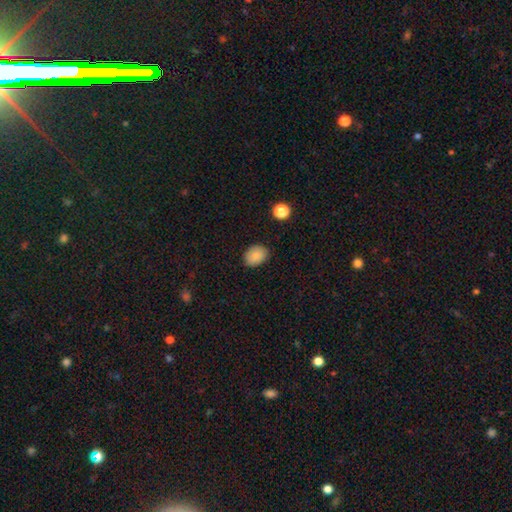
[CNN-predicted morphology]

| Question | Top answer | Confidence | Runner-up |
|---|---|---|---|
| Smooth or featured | smooth | 84% | star or artifact (9%) |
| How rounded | in between | 62% | round (37%) |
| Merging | none | 83% | minor disturbance (13%) |